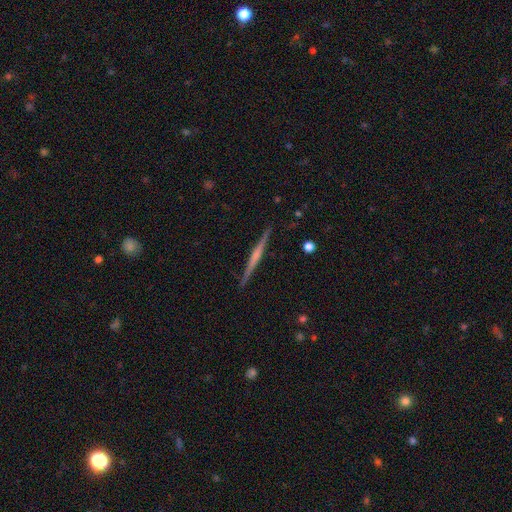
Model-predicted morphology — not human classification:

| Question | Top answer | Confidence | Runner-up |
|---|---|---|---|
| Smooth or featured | featured or disk | 70% | smooth (24%) |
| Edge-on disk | yes | 98% | no (2%) |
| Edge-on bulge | none | 43% | rounded (41%) |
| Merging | none | 91% | minor disturbance (6%) |